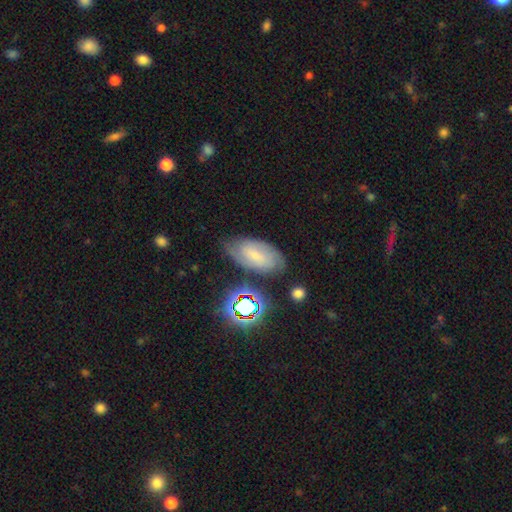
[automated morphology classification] smooth-or-featured: featured or disk: 53% | smooth: 33% | star or artifact: 14%
  disk-edge-on: no: 94% | yes: 6%
  merging: none: 70% | minor disturbance: 20% | major disturbance: 6% | merger: 4%